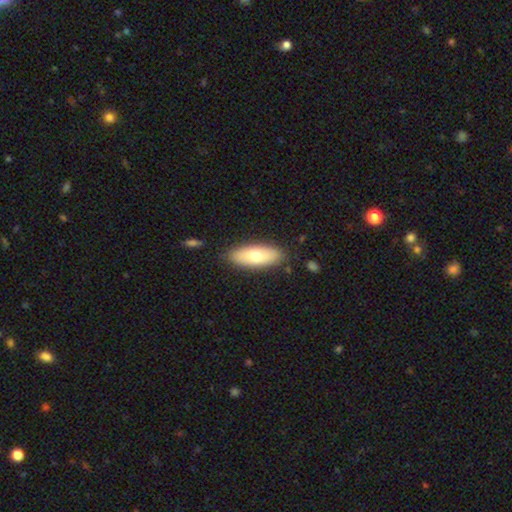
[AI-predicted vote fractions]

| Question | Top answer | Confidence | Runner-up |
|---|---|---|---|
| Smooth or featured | smooth | 70% | featured or disk (24%) |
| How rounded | in between | 71% | cigar-shaped (26%) |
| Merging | none | 85% | minor disturbance (11%) |